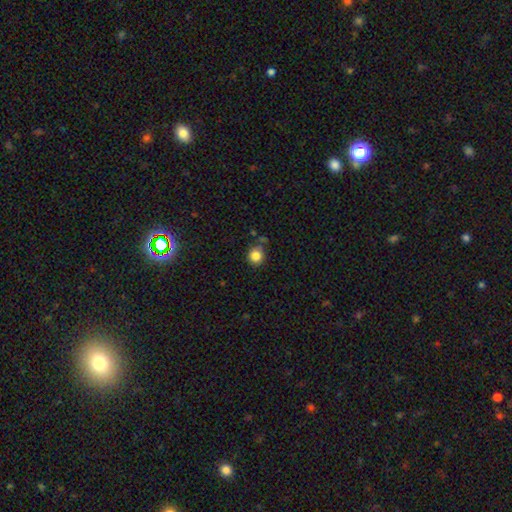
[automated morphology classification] Smooth or featured: smooth — 85% (star or artifact — 11%)
How rounded: round — 87% (in between — 12%)
Merging: none — 76% (minor disturbance — 14%)